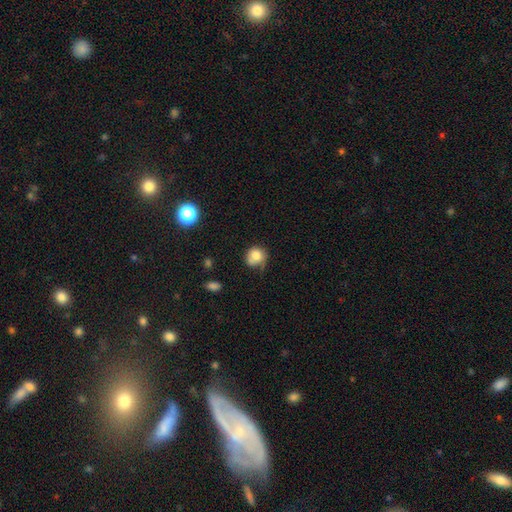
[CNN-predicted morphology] Smooth or featured? Predicted: smooth (p=0.78). How rounded? Predicted: round (p=0.82). Merging? Predicted: none (p=0.49).